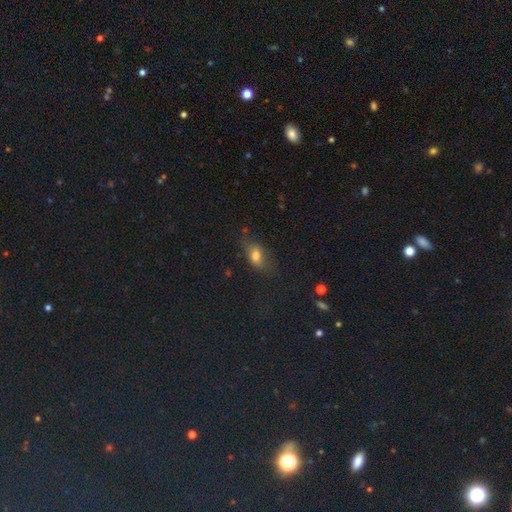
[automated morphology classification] A smooth galaxy with no disk features (74%) that is in between round and cigar-shaped (80%).

Vote fractions:
- Smooth or featured? smooth: 74% / featured or disk: 13% / star or artifact: 13%
- How rounded? in between: 80% / round: 13% / cigar-shaped: 7%
- Merging? none: 61% / minor disturbance: 25% / major disturbance: 10% / merger: 3%